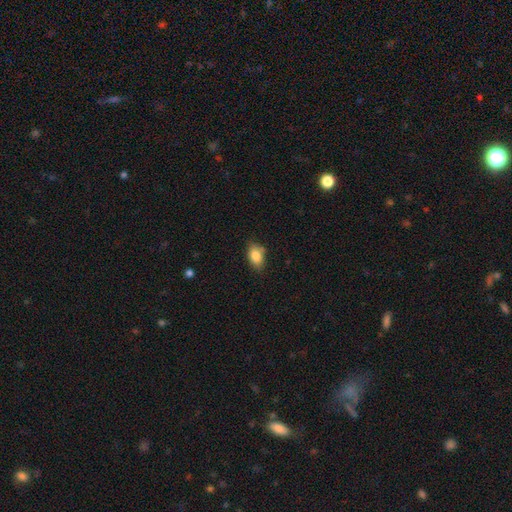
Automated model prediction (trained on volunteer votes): Smooth or featured?
  - smooth: 85% *
  - star or artifact: 8%
  - featured or disk: 7%
How rounded?
  - in between: 86% *
  - round: 12%
  - cigar-shaped: 3%
Merging?
  - none: 73% *
  - minor disturbance: 21%
  - major disturbance: 3%
  - merger: 2%